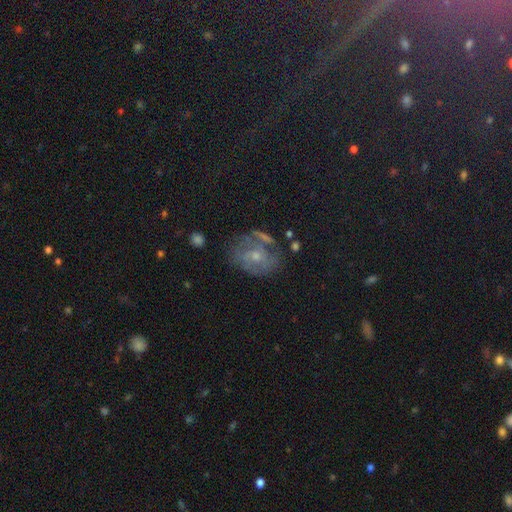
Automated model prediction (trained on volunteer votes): Overall: featured or disk (59%; smooth 26%). Edge-on disk: no (96%). Bar: no (72%). Spiral arms: yes (60%; no 40%). Bulge size: small (57%; moderate 37%). Merging: none (53%; minor disturbance 23%).